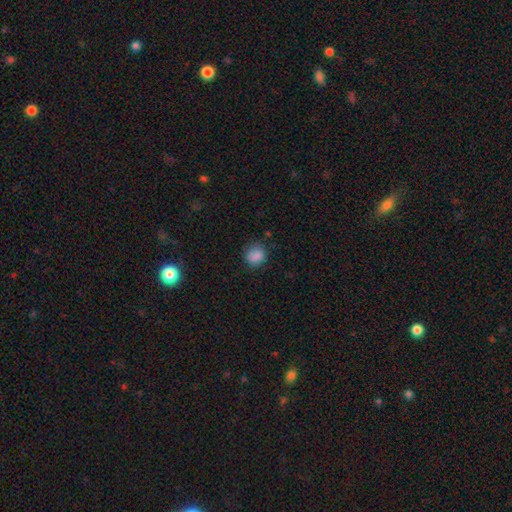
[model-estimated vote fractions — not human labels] This appears to be a smooth galaxy with no disk features (86%) that is round (76%). Merging: none (79%).